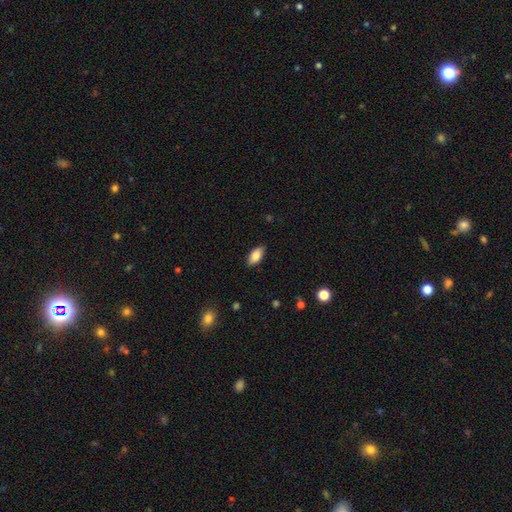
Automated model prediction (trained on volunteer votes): Smooth or featured: smooth — 85% (featured or disk — 8%)
How rounded: in between — 90% (cigar-shaped — 7%)
Merging: none — 87% (minor disturbance — 10%)